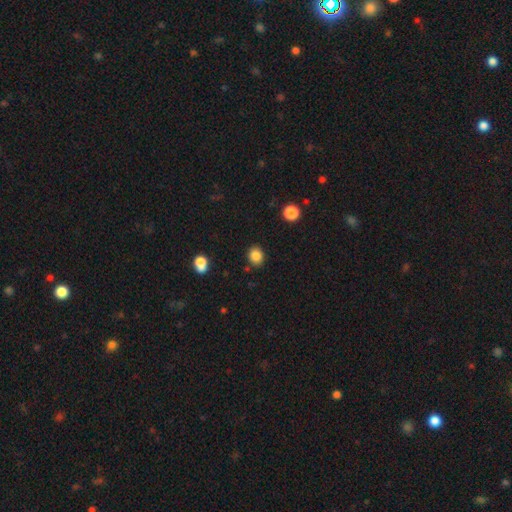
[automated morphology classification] This is clearly a smooth galaxy (85%). How rounded: likely round (62%). Merging: clearly none (86%).